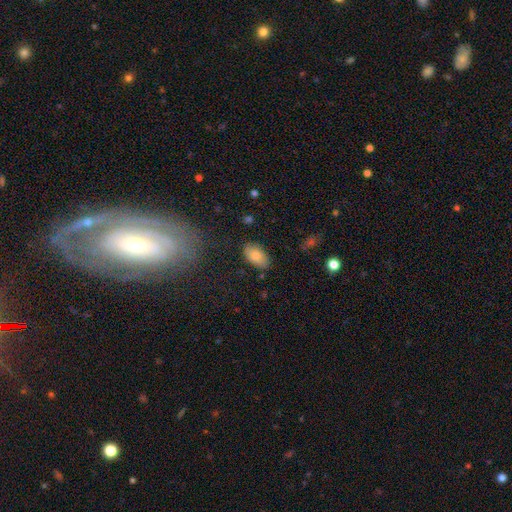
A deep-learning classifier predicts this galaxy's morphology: Smooth or featured? Predicted: smooth (p=0.82). How rounded? Predicted: in between (p=0.94). Merging? Predicted: none (p=0.81).